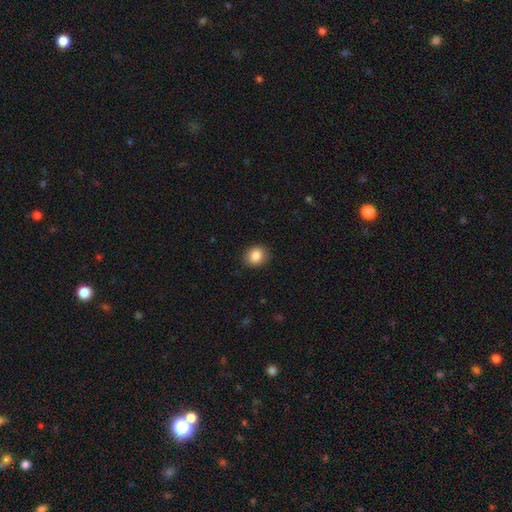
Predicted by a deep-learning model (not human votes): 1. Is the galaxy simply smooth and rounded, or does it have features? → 86% smooth, 8% star or artifact, 5% featured or disk.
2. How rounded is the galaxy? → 56% round, 43% in between, 1% cigar-shaped.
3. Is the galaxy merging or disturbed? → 86% none, 10% minor disturbance, 3% major disturbance, 1% merger.